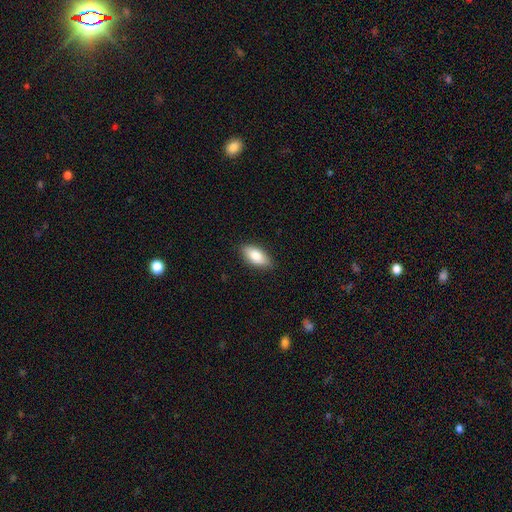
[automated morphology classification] A smooth galaxy with no disk features (80%) that is in between round and cigar-shaped (88%).

Vote fractions:
- Smooth or featured? smooth: 80% / featured or disk: 13% / star or artifact: 6%
- How rounded? in between: 88% / cigar-shaped: 9% / round: 3%
- Merging? none: 86% / minor disturbance: 11% / major disturbance: 2% / merger: 1%